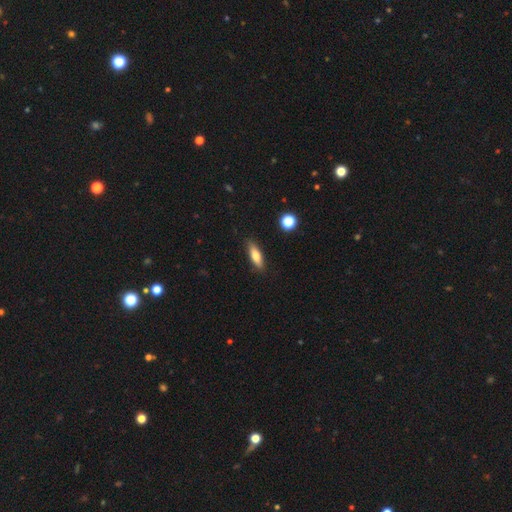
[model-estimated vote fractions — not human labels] Smooth or featured? Predicted: smooth (p=0.70). How rounded? Predicted: cigar-shaped (p=0.53). Merging? Predicted: none (p=0.87).